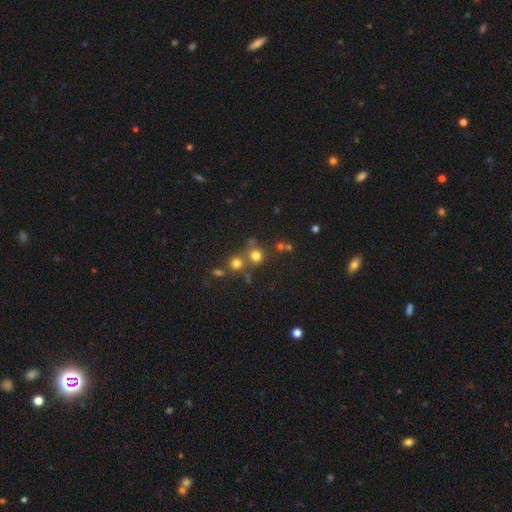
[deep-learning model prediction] smooth_or_featured: smooth (p=0.70) [alt: star or artifact p=0.21]
how_rounded: round (p=0.89) [alt: in between p=0.10]
merging: none (p=0.64) [alt: merger p=0.25]